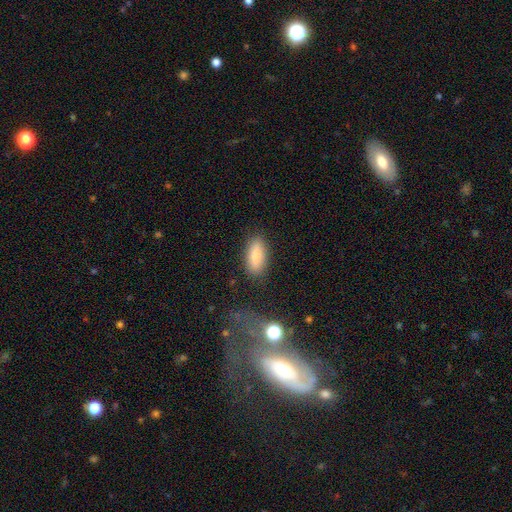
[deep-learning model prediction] Morphology: type=smooth (83%); roundness=in between (77%); merging=none (83%).